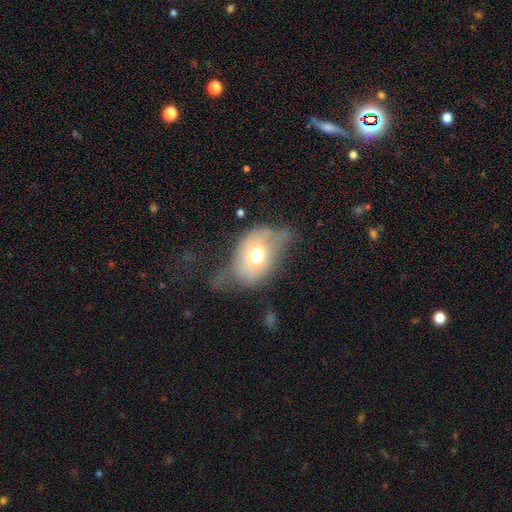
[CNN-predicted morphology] type=smooth (52%); roundness=in between (73%); merging=major disturbance (33%).